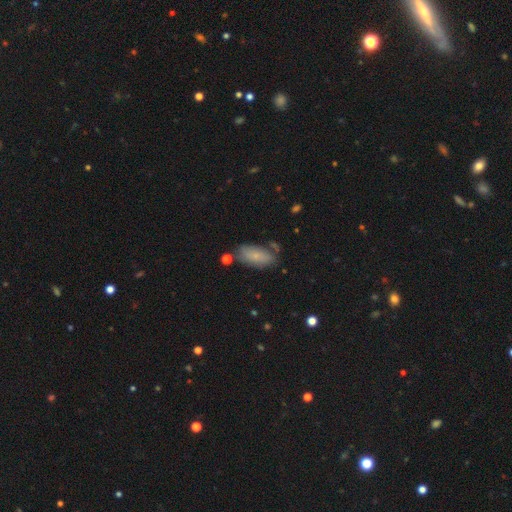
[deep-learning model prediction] A smooth galaxy with no disk features (72%) that is in between round and cigar-shaped (89%). Merging: none (61%).